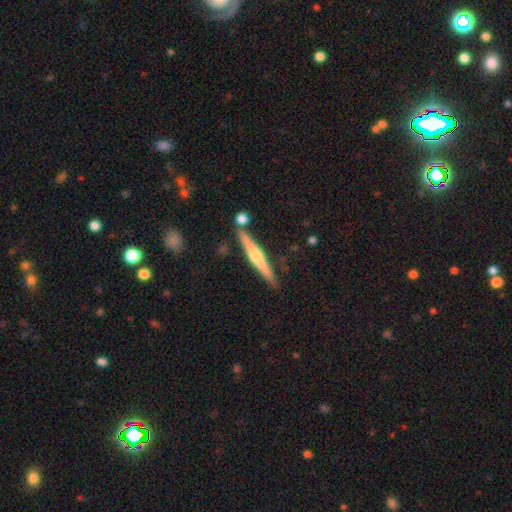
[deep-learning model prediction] A featured or disk galaxy (67%) viewed edge-on (98%) with a rounded central bulge (84%).

Vote fractions:
- Smooth or featured? featured or disk: 67% / smooth: 28% / star or artifact: 6%
- Edge-on disk? yes: 98% / no: 2%
- Edge-on bulge? rounded: 84% / none: 8% / boxy: 8%
- Merging? none: 84% / minor disturbance: 9% / merger: 5% / major disturbance: 2%